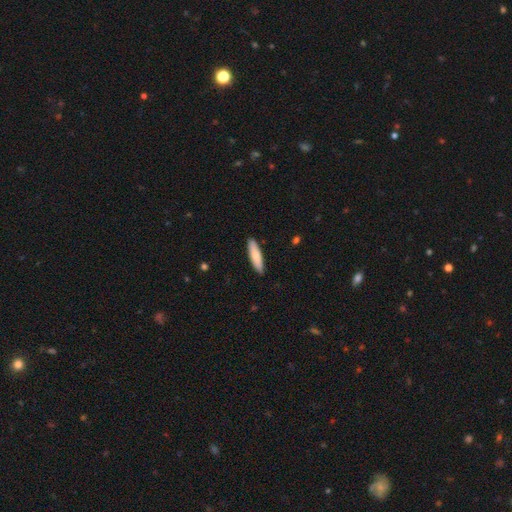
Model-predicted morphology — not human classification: This appears to be a smooth galaxy with no disk features (82%) that is cigar-shaped (74%). Merging: none (89%).